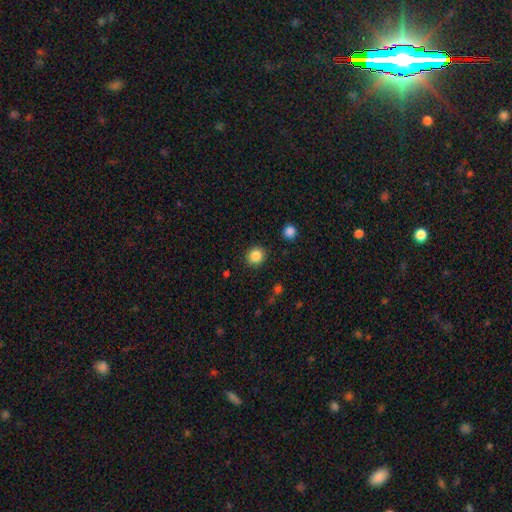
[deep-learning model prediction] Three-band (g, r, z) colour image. It shows a smooth galaxy with no disk features (86%) that is round (90%). Merging: none (91%).